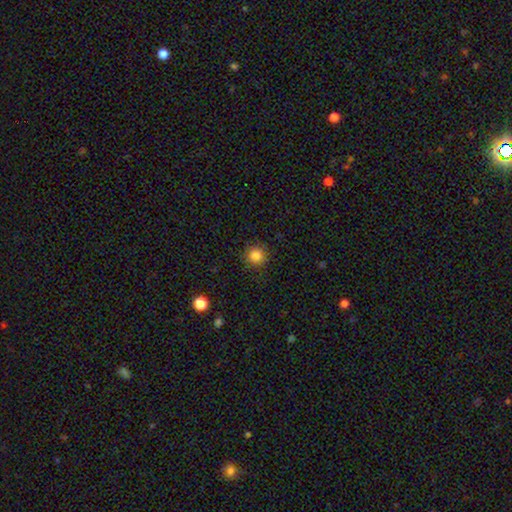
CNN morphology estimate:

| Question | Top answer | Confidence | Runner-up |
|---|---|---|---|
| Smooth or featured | smooth | 84% | star or artifact (11%) |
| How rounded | round | 94% | in between (5%) |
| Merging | none | 89% | minor disturbance (8%) |